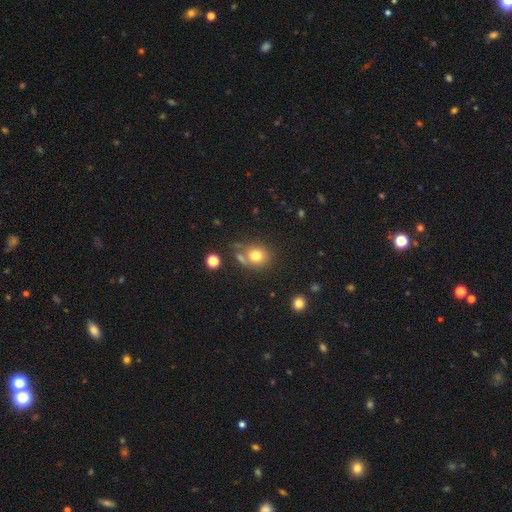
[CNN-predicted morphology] Smooth or featured? Predicted: smooth (p=0.77). How rounded? Predicted: round (p=0.69). Merging? Predicted: none (p=0.59).